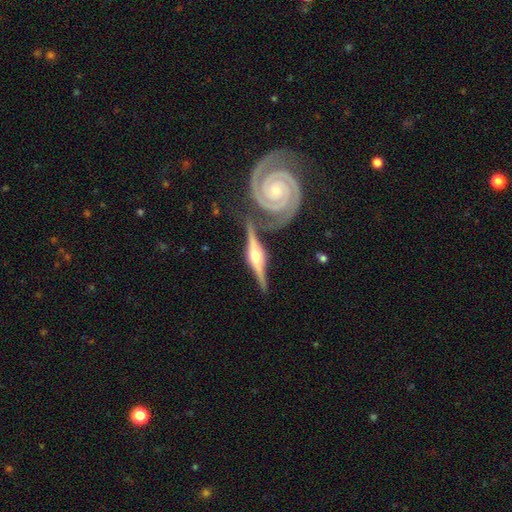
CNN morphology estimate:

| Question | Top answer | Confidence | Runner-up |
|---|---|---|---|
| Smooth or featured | featured or disk | 90% | smooth (7%) |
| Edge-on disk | yes | 91% | no (9%) |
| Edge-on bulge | rounded | 92% | boxy (6%) |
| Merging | none | 66% | merger (15%) |